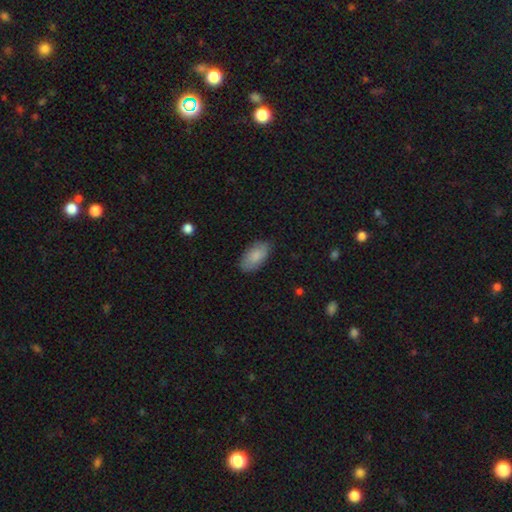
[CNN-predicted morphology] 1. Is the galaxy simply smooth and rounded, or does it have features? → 85% smooth, 9% featured or disk, 6% star or artifact.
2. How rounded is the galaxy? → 94% in between, 4% cigar-shaped, 2% round.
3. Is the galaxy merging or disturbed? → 82% none, 14% minor disturbance, 3% major disturbance, 1% merger.